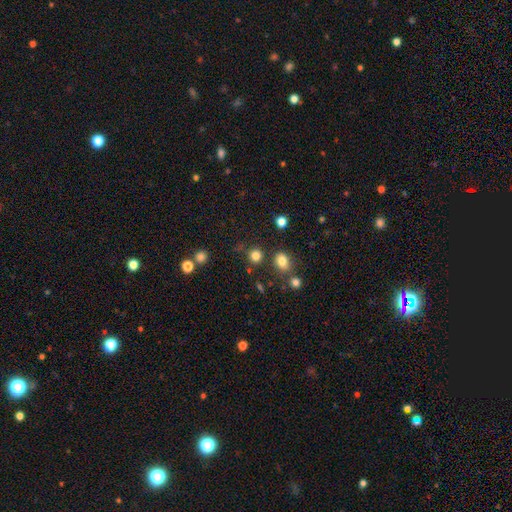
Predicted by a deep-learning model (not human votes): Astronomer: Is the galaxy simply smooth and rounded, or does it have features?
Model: smooth — 80%.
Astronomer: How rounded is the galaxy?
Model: round — 87%.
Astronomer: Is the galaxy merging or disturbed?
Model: none — 79%.